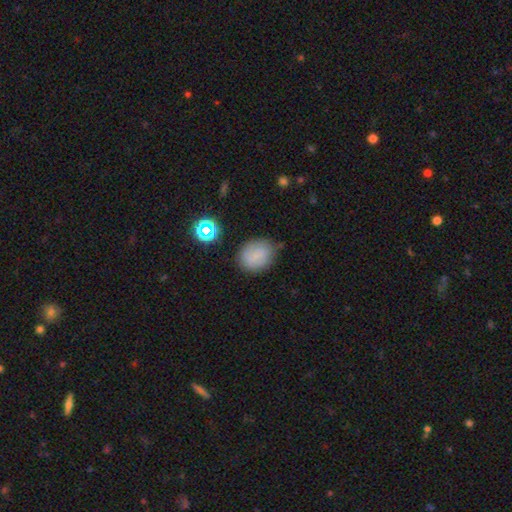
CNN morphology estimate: Q: Smooth or featured?
A: smooth (74%); runner-up: featured or disk (14%)
Q: How rounded?
A: round (58%); runner-up: in between (41%)
Q: Merging?
A: none (71%); runner-up: minor disturbance (21%)